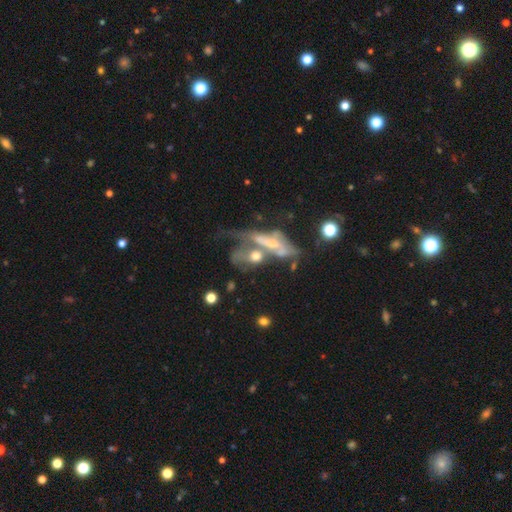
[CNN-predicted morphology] This appears to be a featured or disk galaxy (51%). Merging: merger (59%).